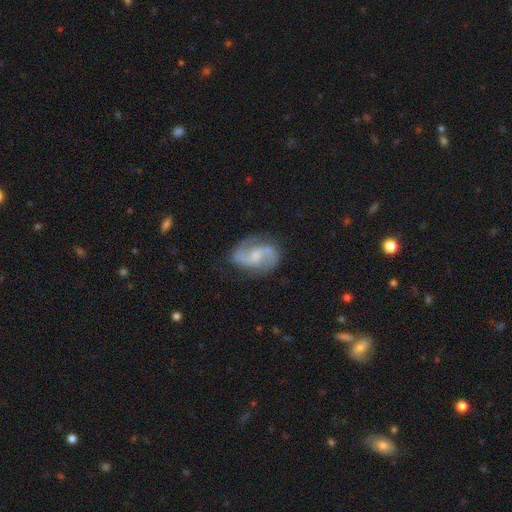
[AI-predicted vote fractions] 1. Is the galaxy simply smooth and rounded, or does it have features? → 86% featured or disk, 9% smooth, 5% star or artifact.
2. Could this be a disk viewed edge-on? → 98% no, 2% yes.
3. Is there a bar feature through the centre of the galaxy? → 48% weak, 41% no, 11% strong.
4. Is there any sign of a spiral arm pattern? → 97% yes, 3% no.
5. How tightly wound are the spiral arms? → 53% medium, 33% loose, 14% tight.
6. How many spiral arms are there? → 92% 2, 3% can't tell, 1% 1, 1% 3, 1% 4, 1% more than 4.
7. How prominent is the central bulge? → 44% small, 39% moderate, 13% none, 3% large, 1% dominant.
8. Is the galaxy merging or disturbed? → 76% none, 16% minor disturbance, 6% major disturbance, 2% merger.